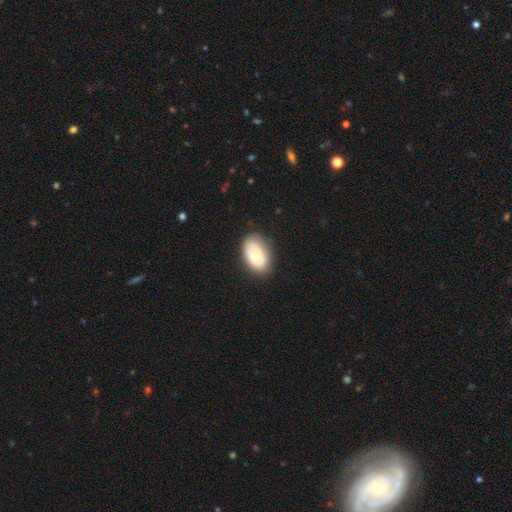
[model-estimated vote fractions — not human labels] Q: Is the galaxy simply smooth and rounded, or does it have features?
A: smooth — 63%.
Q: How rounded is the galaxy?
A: in between — 89%.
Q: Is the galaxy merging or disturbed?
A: none — 77%.